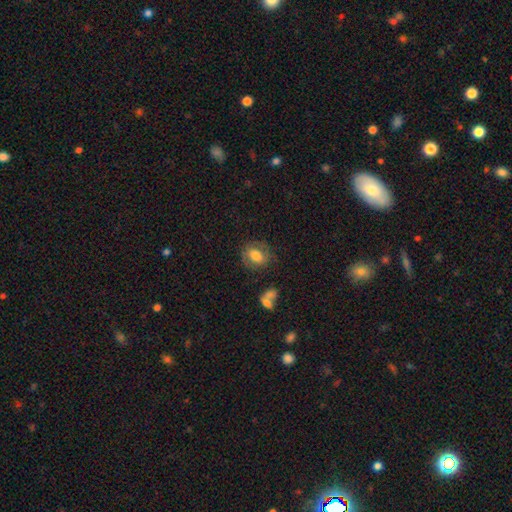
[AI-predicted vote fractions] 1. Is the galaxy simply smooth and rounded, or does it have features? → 65% smooth, 26% featured or disk, 8% star or artifact.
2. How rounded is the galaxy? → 53% in between, 46% round, 1% cigar-shaped.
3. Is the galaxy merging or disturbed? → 68% none, 19% minor disturbance, 10% major disturbance, 4% merger.